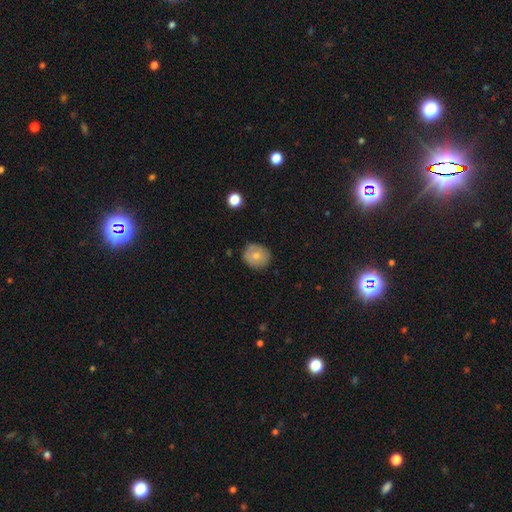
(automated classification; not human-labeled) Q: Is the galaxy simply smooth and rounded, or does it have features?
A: smooth — 71%.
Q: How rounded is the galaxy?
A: round — 85%.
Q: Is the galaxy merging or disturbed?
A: none — 84%.